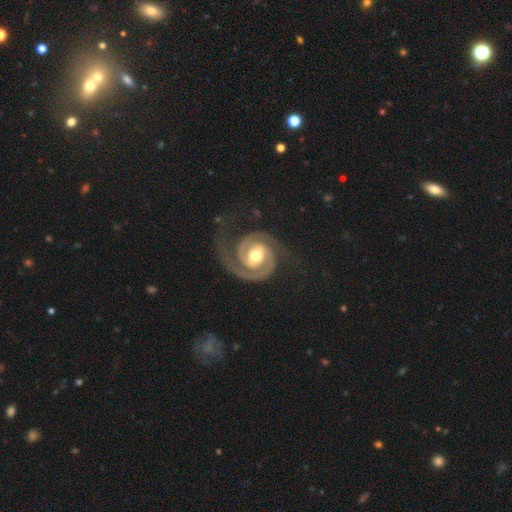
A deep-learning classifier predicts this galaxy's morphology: This appears to be a featured or disk galaxy (92%) with no bar (40%), 2 (90%) tight (54%) spiral arms (98%) and a moderate central bulge (72%). Merging: none (71%).